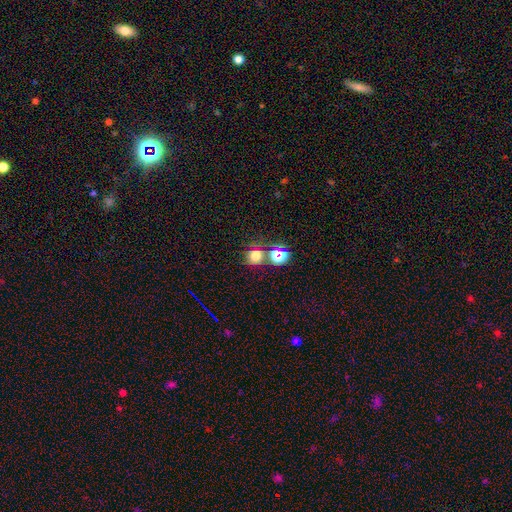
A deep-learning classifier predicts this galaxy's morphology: A smooth galaxy with no disk features (64%) that is round (81%). Merging: none (62%).